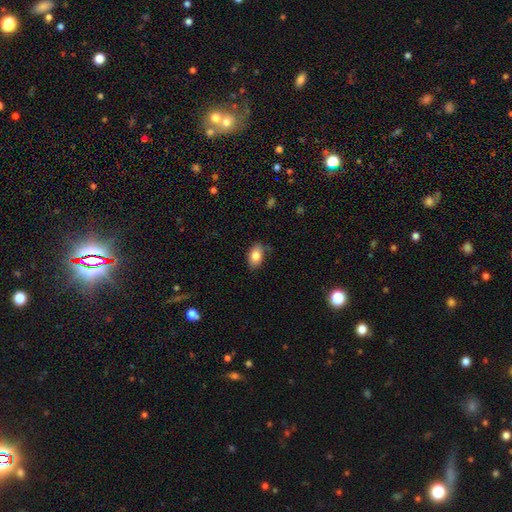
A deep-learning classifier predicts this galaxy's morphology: Smooth or featured: smooth — 84% (featured or disk — 8%)
How rounded: in between — 89% (round — 9%)
Merging: none — 74% (minor disturbance — 20%)